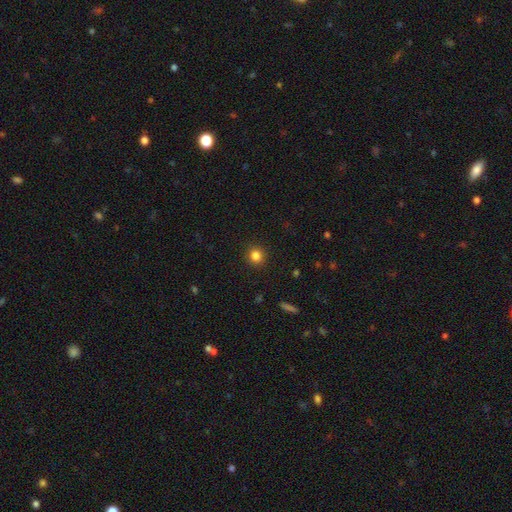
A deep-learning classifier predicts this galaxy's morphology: A smooth galaxy with no disk features (83%) that is round (90%).

Vote fractions:
- Smooth or featured? smooth: 83% / star or artifact: 12% / featured or disk: 5%
- How rounded? round: 90% / in between: 9% / cigar-shaped: 1%
- Merging? none: 92% / minor disturbance: 5% / major disturbance: 2% / merger: 1%